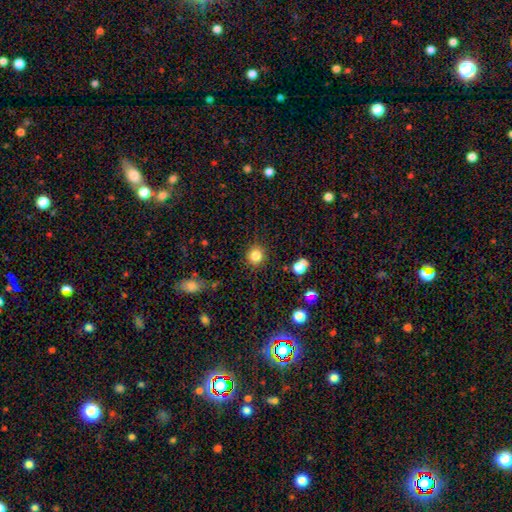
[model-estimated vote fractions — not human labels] Q: Smooth or featured?
A: smooth (83%); runner-up: star or artifact (12%)
Q: How rounded?
A: round (90%); runner-up: in between (9%)
Q: Merging?
A: none (88%); runner-up: minor disturbance (8%)